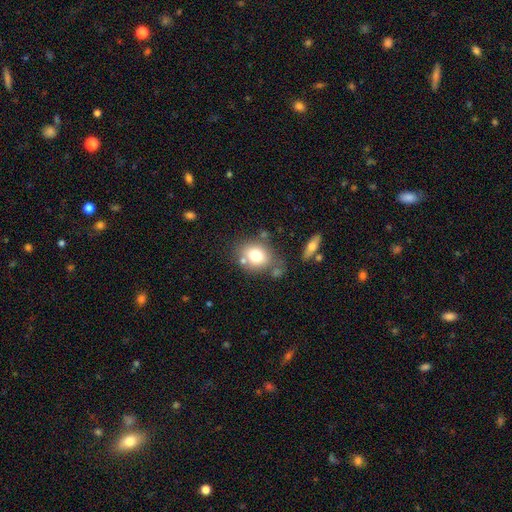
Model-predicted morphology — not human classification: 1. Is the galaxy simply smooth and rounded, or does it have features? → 74% smooth, 16% featured or disk, 10% star or artifact.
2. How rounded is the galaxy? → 54% round, 44% in between, 1% cigar-shaped.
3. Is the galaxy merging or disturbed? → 65% none, 16% minor disturbance, 13% merger, 6% major disturbance.